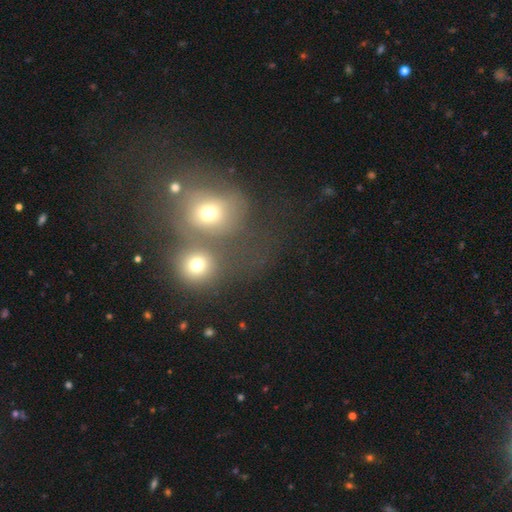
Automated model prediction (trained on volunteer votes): The model was most divided on "smooth or featured": smooth: 52%, star or artifact: 25%, featured or disk: 22%. More confident: how rounded — round (70%); merging — merger (62%).